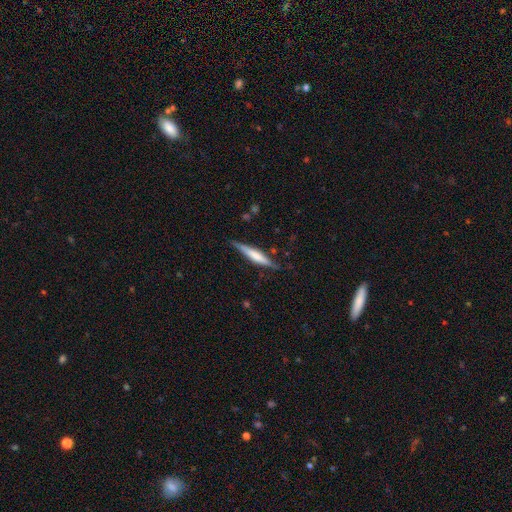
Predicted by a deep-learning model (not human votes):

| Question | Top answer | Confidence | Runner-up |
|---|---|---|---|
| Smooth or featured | featured or disk | 48% | smooth (46%) |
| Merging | none | 81% | minor disturbance (15%) |